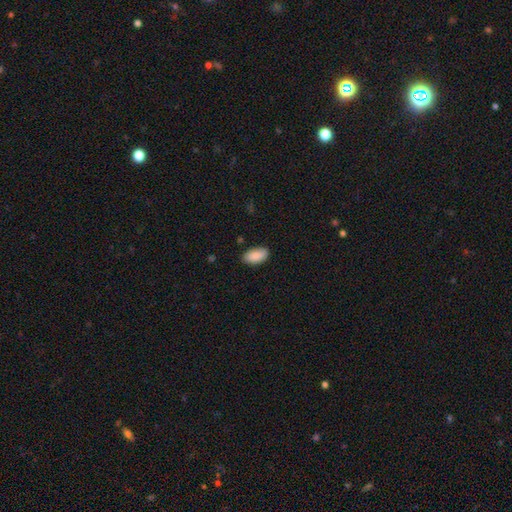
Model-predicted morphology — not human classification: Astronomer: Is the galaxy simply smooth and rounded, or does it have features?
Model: smooth — 90%.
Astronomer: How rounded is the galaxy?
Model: in between — 94%.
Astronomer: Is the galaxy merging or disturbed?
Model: none — 84%.